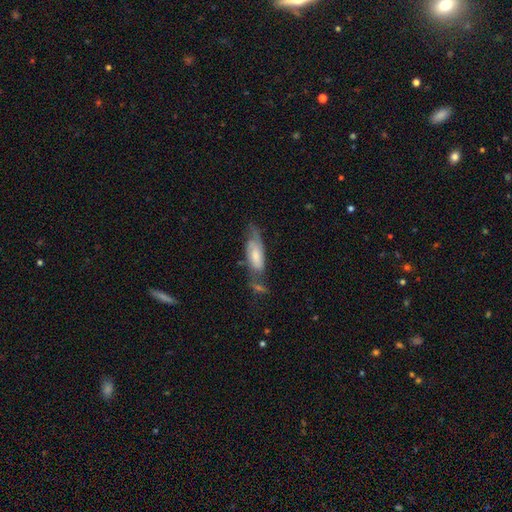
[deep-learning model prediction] A featured or disk galaxy (55%).

Vote fractions:
- Smooth or featured? featured or disk: 55% / smooth: 38% / star or artifact: 7%
- Edge-on disk? no: 83% / yes: 17%
- Merging? none: 42% / minor disturbance: 27% / major disturbance: 18% / merger: 13%